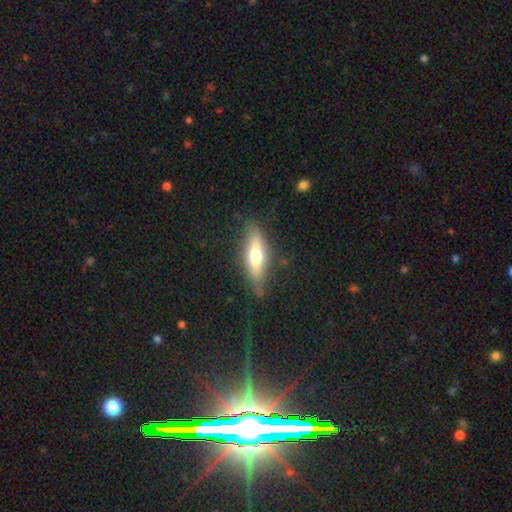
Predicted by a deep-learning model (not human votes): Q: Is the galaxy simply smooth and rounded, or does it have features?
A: smooth — 52%.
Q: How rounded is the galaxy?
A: cigar-shaped — 55%.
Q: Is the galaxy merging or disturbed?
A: none — 75%.